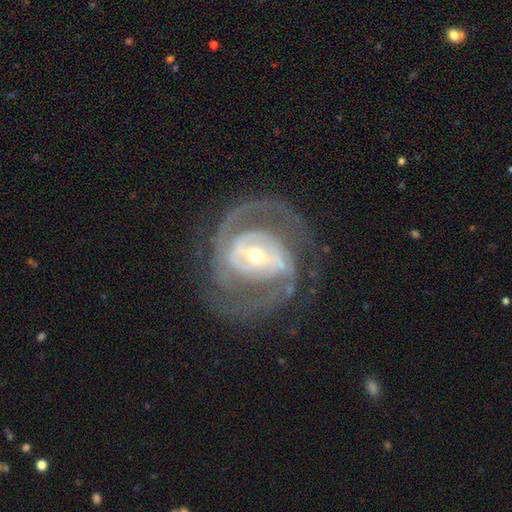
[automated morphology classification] The model was most divided on "bar": strong: 39%, weak: 38%, no: 22%. Remaining: edge-on disk — no (97%); spiral arms — yes (94%); smooth or featured — featured or disk (89%); merging — none (70%); spiral arm count — 2 (69%); bulge size — moderate (48%); spiral winding — medium (45%).